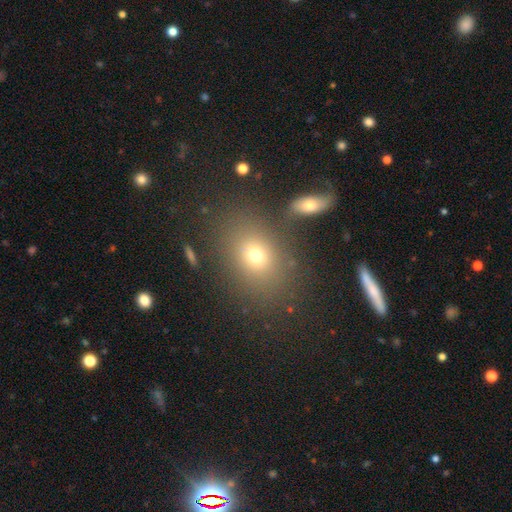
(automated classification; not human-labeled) The model was most divided on "how rounded": in between: 61%, round: 38%, cigar-shaped: 2%. More confident: merging — none (78%); smooth or featured — smooth (70%).